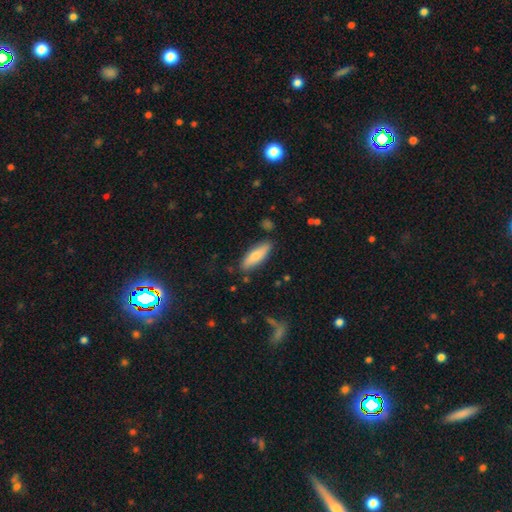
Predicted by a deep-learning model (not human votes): Smooth or featured?
  - smooth: 76% *
  - featured or disk: 18%
  - star or artifact: 6%
How rounded?
  - in between: 53% *
  - cigar-shaped: 45%
  - round: 2%
Merging?
  - none: 83% *
  - minor disturbance: 12%
  - major disturbance: 3%
  - merger: 2%